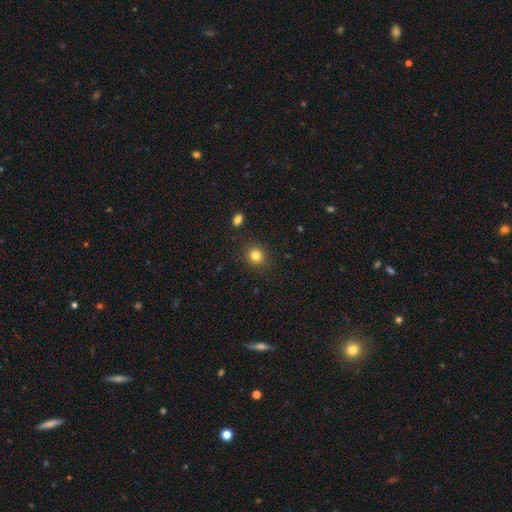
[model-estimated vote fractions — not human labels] smooth 82%, star or artifact 12%, featured or disk 6%. Down the decision tree: how rounded — round (84%); merging — none (89%).